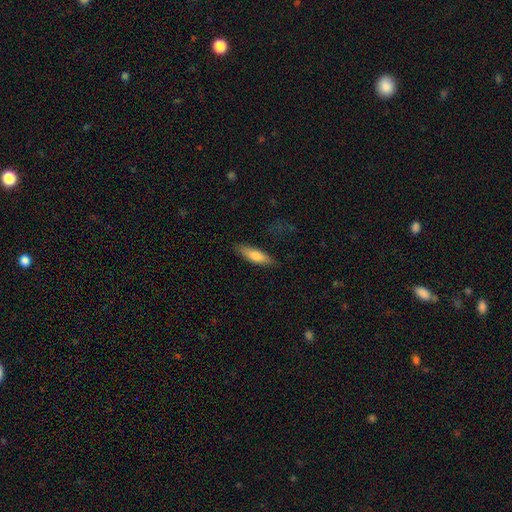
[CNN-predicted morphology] Overall: smooth (73%). How rounded: cigar-shaped (58%; in between 40%). Merging: none (82%).